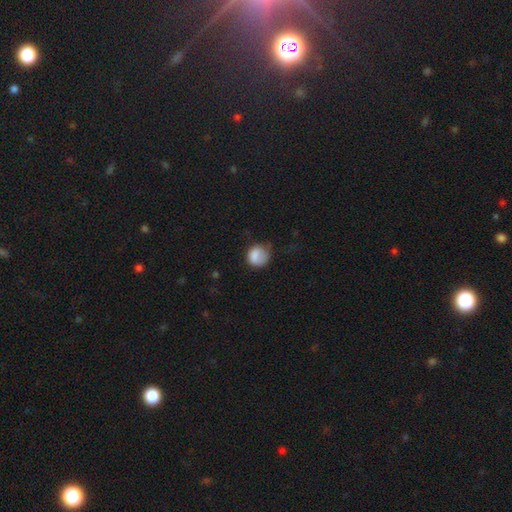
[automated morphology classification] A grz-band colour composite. It shows a smooth galaxy with no disk features (79%) that is round (71%). Merging: none (45%).